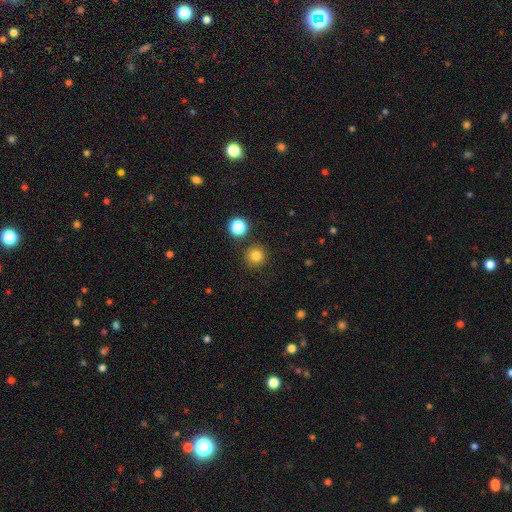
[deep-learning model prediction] smooth-or-featured: smooth: 80% | star or artifact: 14% | featured or disk: 6%
  how-rounded: round: 95% | in between: 4% | cigar-shaped: 1%
  merging: none: 88% | minor disturbance: 6% | merger: 3% | major disturbance: 2%